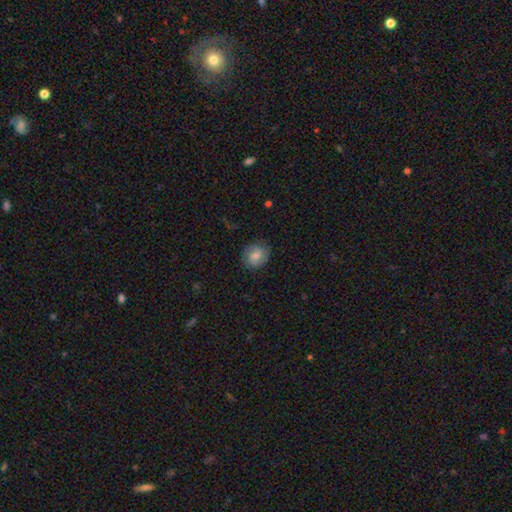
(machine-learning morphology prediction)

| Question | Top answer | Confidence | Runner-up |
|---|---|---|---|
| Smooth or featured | smooth | 58% | featured or disk (33%) |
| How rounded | round | 78% | in between (21%) |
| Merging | none | 80% | minor disturbance (15%) |